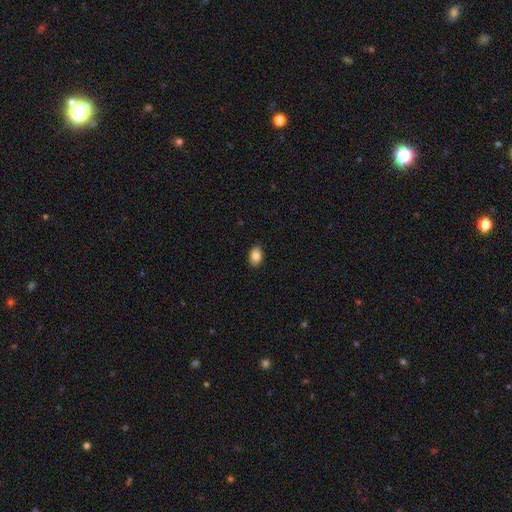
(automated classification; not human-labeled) smooth-or-featured: smooth: 86% | star or artifact: 8% | featured or disk: 6%
  how-rounded: in between: 88% | round: 11% | cigar-shaped: 1%
  merging: none: 89% | minor disturbance: 8% | major disturbance: 2% | merger: 1%